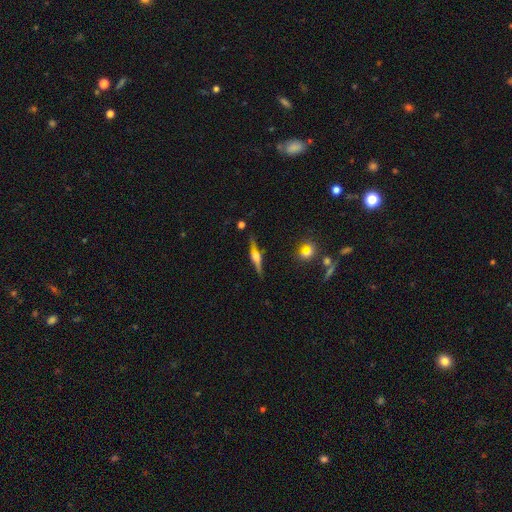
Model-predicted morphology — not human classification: Q: Smooth or featured?
A: featured or disk (77%); runner-up: smooth (15%)
Q: Edge-on disk?
A: yes (97%); runner-up: no (3%)
Q: Edge-on bulge?
A: rounded (91%); runner-up: boxy (7%)
Q: Merging?
A: none (85%); runner-up: minor disturbance (10%)